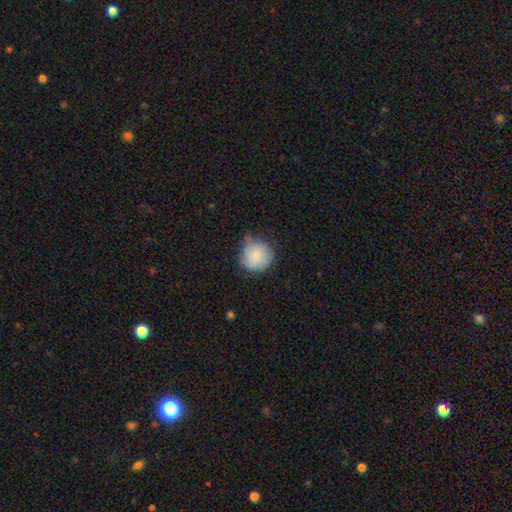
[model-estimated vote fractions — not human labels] Smooth or featured? smooth (79%)
How rounded? round (93%)
Merging? none (64%)